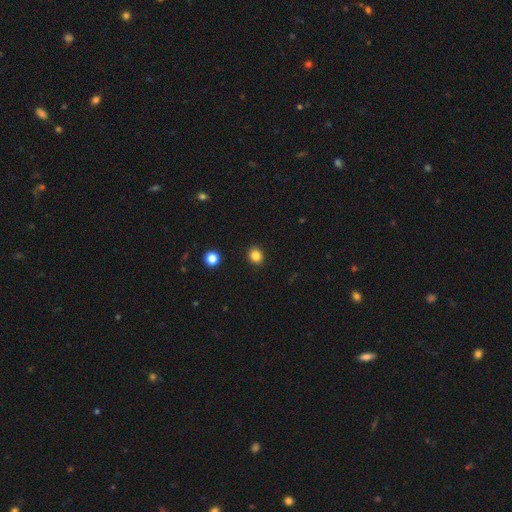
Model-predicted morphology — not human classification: type=smooth (84%); roundness=round (74%); merging=none (91%).